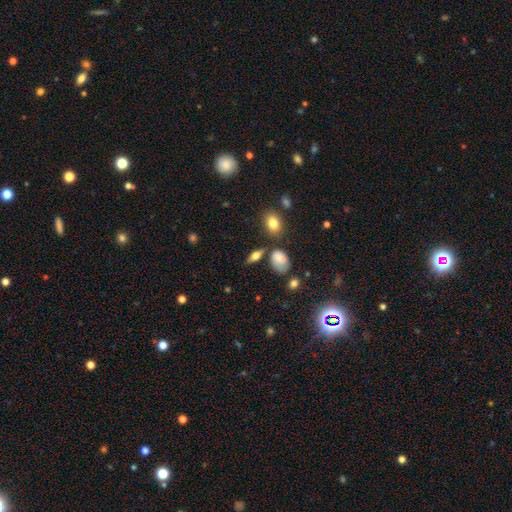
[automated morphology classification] Smooth or featured? Predicted: smooth (p=0.56). How rounded? Predicted: in between (p=0.65). Merging? Predicted: none (p=0.73).